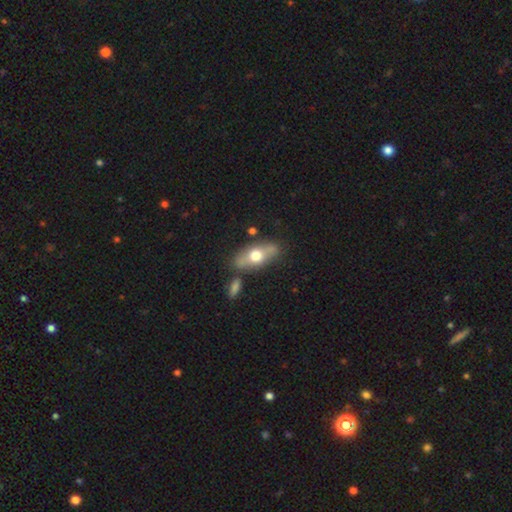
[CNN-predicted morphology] smooth_or_featured: smooth (p=0.52) [alt: featured or disk p=0.42]
how_rounded: in between (p=0.73) [alt: cigar-shaped p=0.20]
merging: none (p=0.74) [alt: minor disturbance p=0.13]